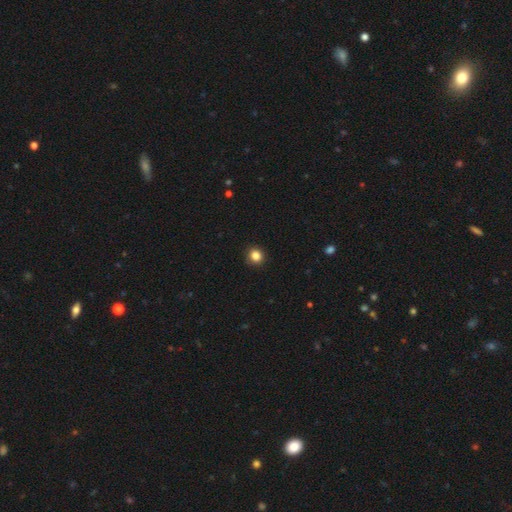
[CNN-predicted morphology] Smooth or featured? Predicted: smooth (p=0.85). How rounded? Predicted: round (p=0.88). Merging? Predicted: none (p=0.90).